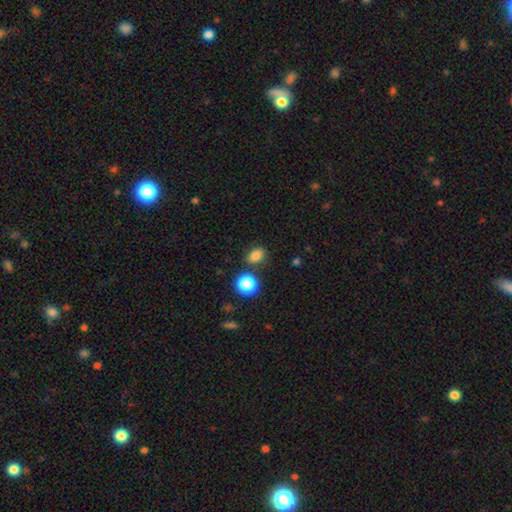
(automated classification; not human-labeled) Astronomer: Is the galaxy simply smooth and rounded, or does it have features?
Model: smooth — 81%.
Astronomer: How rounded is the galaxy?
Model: in between — 63%.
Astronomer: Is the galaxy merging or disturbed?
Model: none — 76%.